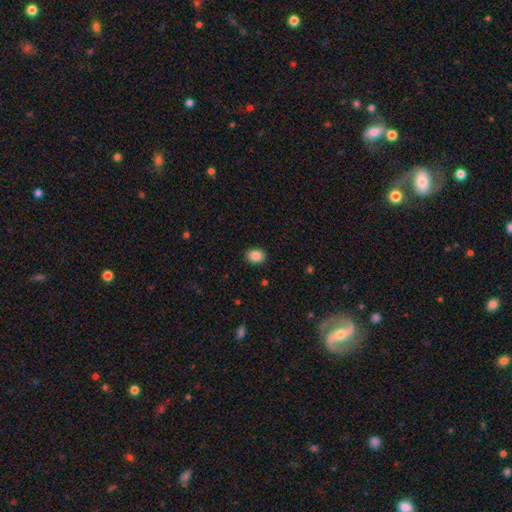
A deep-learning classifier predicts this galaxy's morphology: This appears to be a smooth galaxy with no disk features (87%) that is in between round and cigar-shaped (50%). Merging: none (90%).